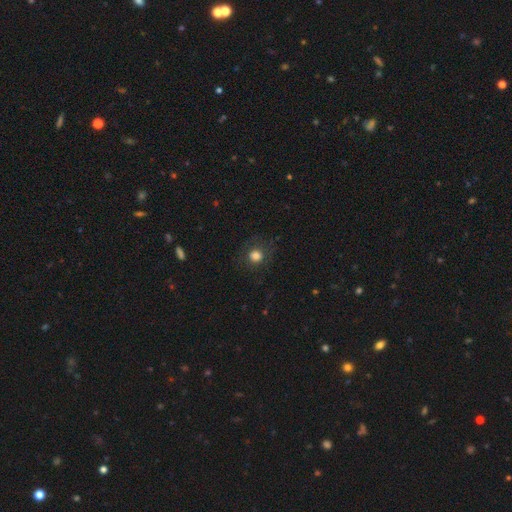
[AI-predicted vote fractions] Smooth or featured? smooth (78%)
How rounded? round (86%)
Merging? none (78%)